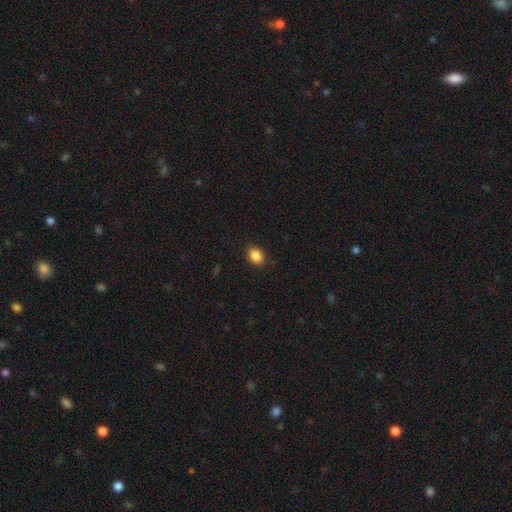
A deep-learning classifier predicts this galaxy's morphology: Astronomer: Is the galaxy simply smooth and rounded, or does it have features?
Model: smooth — 88%.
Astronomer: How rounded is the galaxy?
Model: in between — 76%.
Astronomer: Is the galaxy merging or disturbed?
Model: none — 88%.